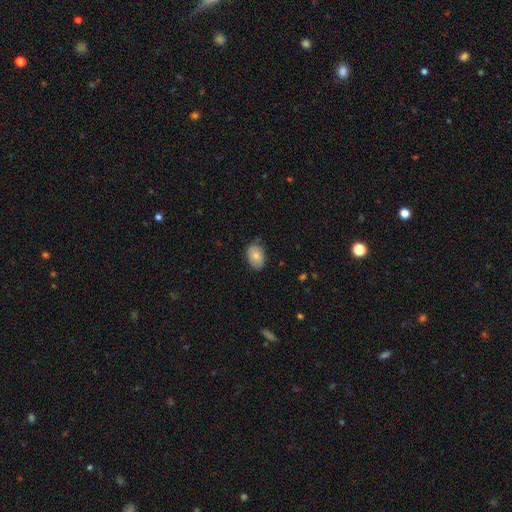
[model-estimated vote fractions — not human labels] This appears to be a smooth galaxy with no disk features (78%) that is in between round and cigar-shaped (84%). Merging: none (73%).